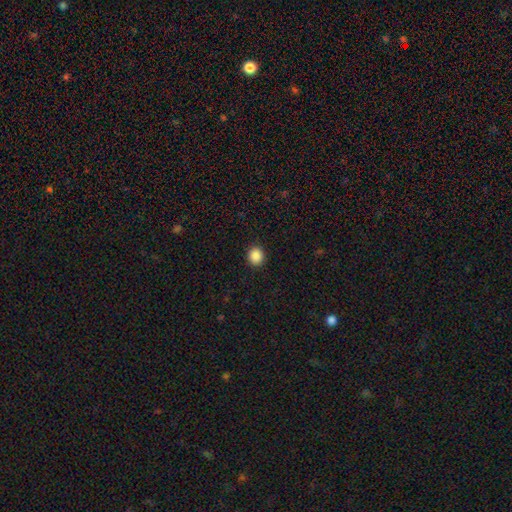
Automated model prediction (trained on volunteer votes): Morphology: type=smooth (88%); roundness=round (82%); merging=none (92%).